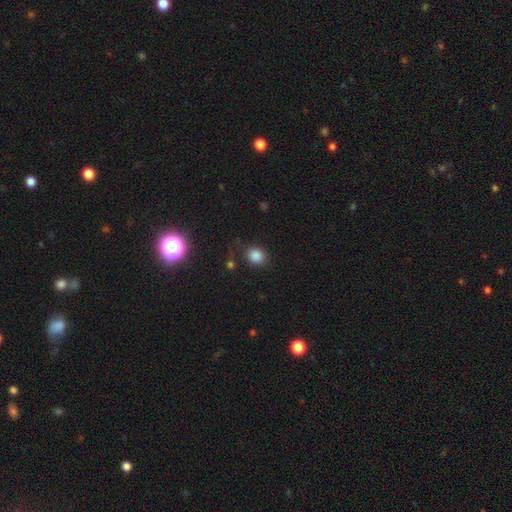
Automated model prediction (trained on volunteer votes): A smooth galaxy with no disk features (84%) that is round (69%). Merging: none (78%).